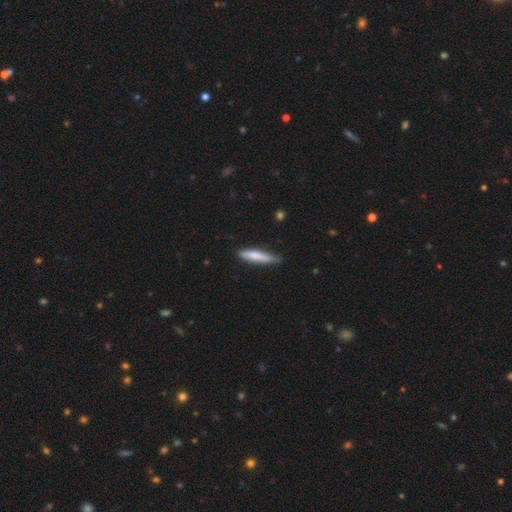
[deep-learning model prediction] Morphology: type=smooth (76%); roundness=cigar-shaped (86%); merging=none (74%).